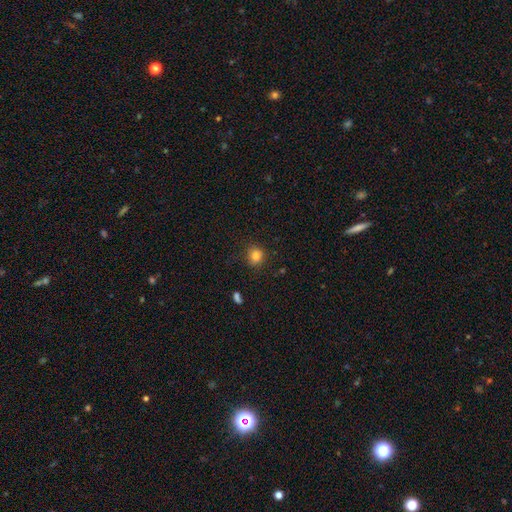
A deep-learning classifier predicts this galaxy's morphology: Smooth or featured? smooth (83%)
How rounded? round (83%)
Merging? none (85%)